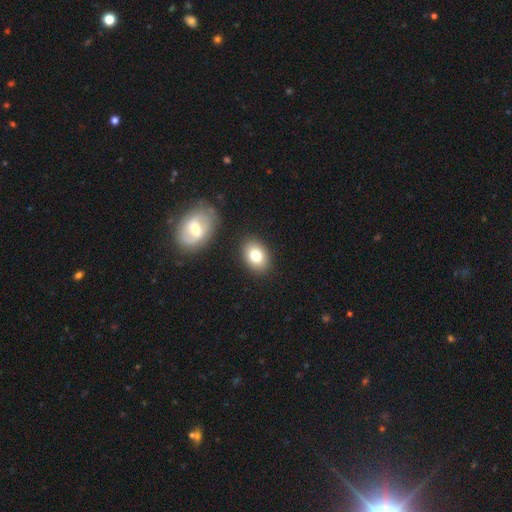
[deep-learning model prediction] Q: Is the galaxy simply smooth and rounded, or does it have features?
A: smooth — 79%.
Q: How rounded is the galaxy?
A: in between — 71%.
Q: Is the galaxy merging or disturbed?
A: none — 84%.